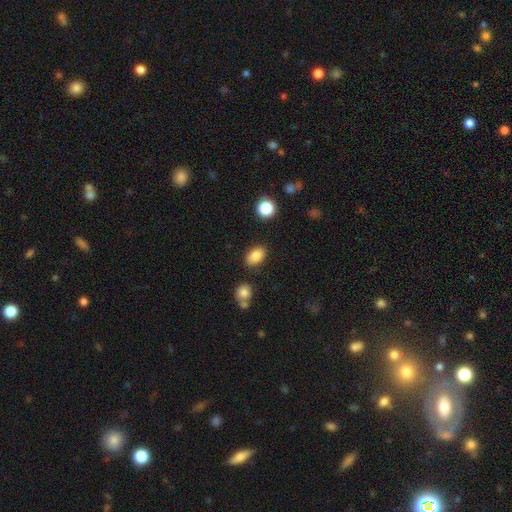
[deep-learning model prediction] A smooth galaxy with no disk features (83%) that is in between round and cigar-shaped (87%). Merging: none (83%).